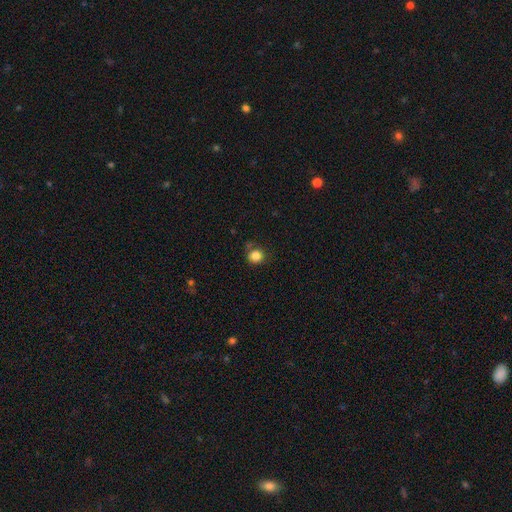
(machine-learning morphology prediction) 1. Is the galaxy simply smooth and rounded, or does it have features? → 84% smooth, 11% star or artifact, 5% featured or disk.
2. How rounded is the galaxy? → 89% round, 10% in between, 1% cigar-shaped.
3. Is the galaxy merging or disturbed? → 75% none, 16% minor disturbance, 5% major disturbance, 4% merger.